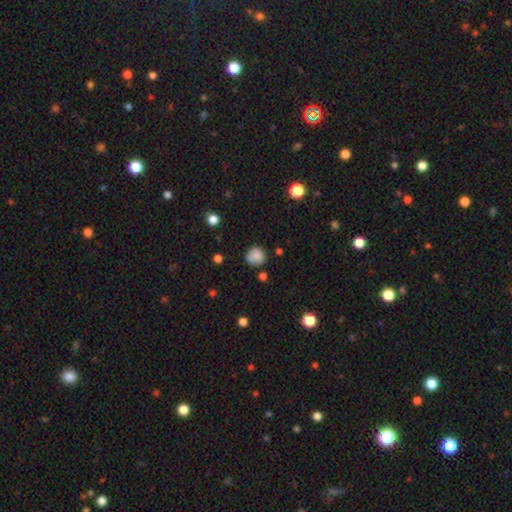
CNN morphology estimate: The model was most divided on "merging": none: 75%, minor disturbance: 18%, major disturbance: 4%, merger: 4%. More confident: how rounded — round (90%); smooth or featured — smooth (84%).